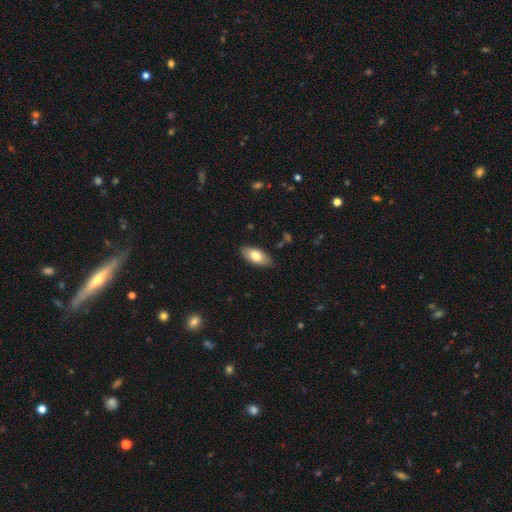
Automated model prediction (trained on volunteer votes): Morphology: type=smooth (78%); roundness=in between (90%); merging=none (86%).